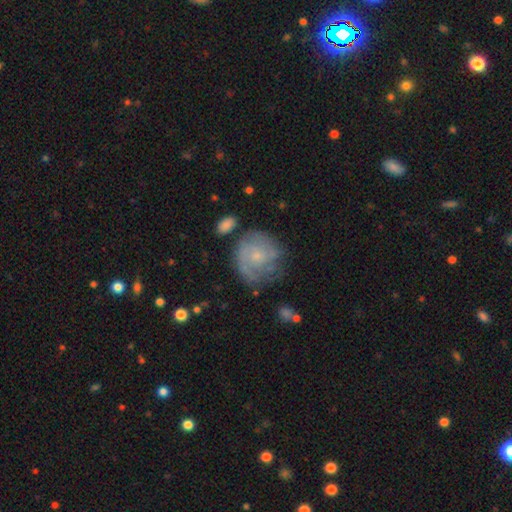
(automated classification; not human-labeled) Q: Smooth or featured?
A: featured or disk (53%); runner-up: smooth (38%)
Q: Edge-on disk?
A: no (97%); runner-up: yes (3%)
Q: Bar?
A: no (80%); runner-up: weak (18%)
Q: Spiral arms?
A: yes (73%); runner-up: no (27%)
Q: Bulge size?
A: small (73%); runner-up: moderate (18%)
Q: Merging?
A: none (57%); runner-up: minor disturbance (25%)